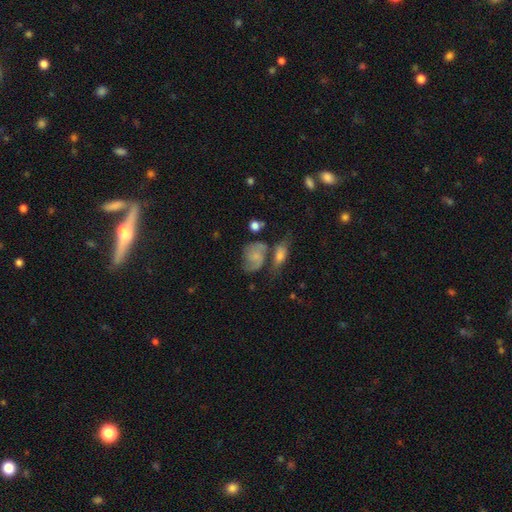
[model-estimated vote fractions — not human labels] Morphology: type=featured or disk (54%); edge-on=no (96%); bar=no (72%); spiral arms=yes (85%); bulge=small (54%); merging=none (39%).